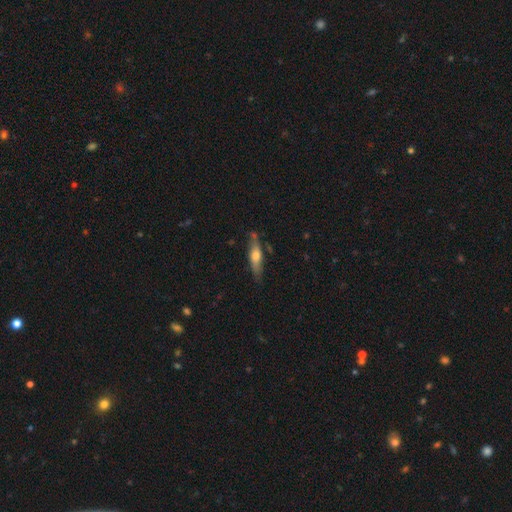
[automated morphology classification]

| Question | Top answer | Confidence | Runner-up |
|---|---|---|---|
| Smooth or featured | featured or disk | 48% | smooth (46%) |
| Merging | none | 74% | minor disturbance (18%) |